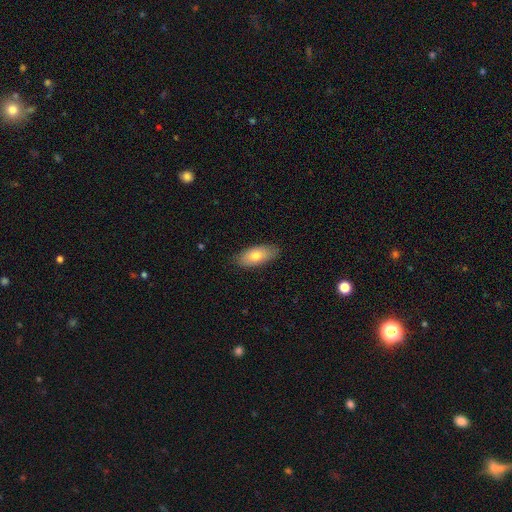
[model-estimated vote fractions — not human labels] A smooth galaxy with no disk features (76%) that is in between round and cigar-shaped (87%). Merging: none (85%).